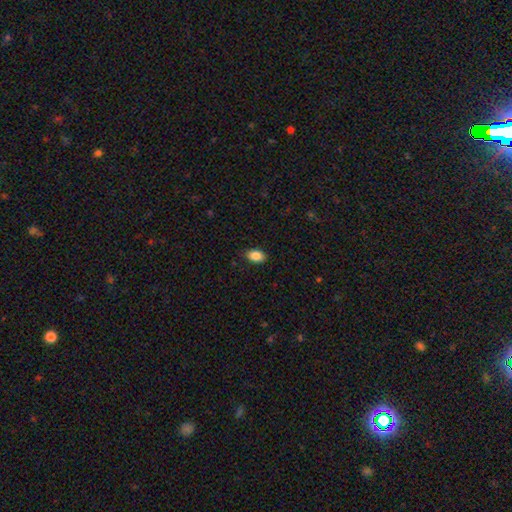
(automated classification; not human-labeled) smooth-or-featured: smooth: 87% | star or artifact: 8% | featured or disk: 5%
  how-rounded: in between: 88% | round: 11% | cigar-shaped: 1%
  merging: none: 87% | minor disturbance: 10% | major disturbance: 2% | merger: 1%